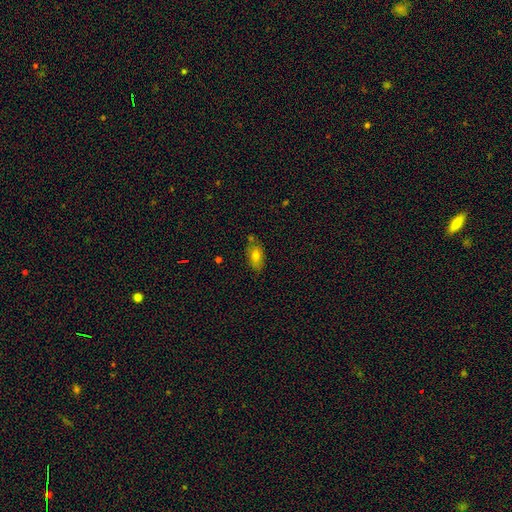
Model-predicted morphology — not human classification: The model was most divided on "merging": none: 72%, minor disturbance: 17%, merger: 7%, major disturbance: 3%. More confident: how rounded — in between (89%); smooth or featured — smooth (76%).